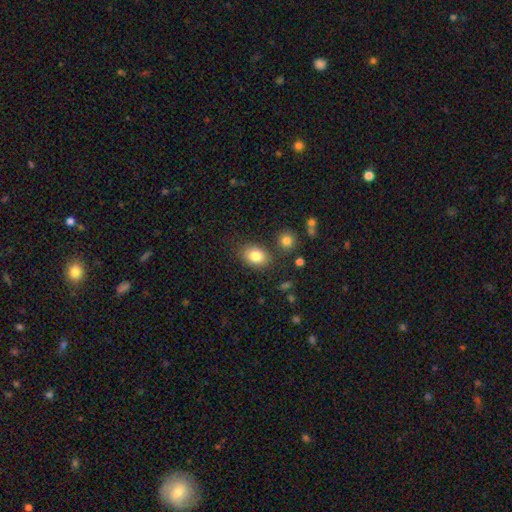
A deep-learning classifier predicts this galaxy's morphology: smooth_or_featured: smooth (p=0.82) [alt: featured or disk p=0.09]
how_rounded: in between (p=0.74) [alt: round p=0.24]
merging: none (p=0.79) [alt: minor disturbance p=0.12]